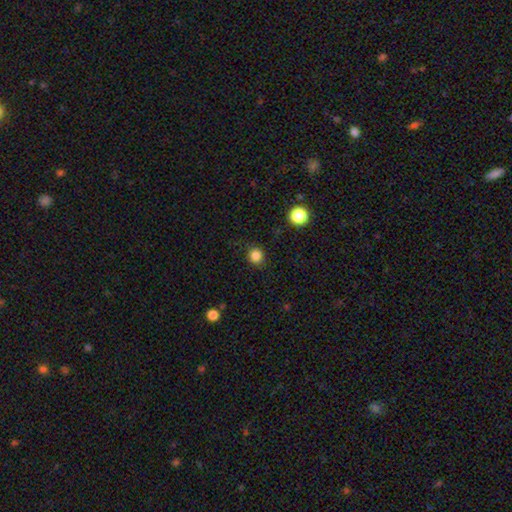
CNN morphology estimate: smooth 84%, star or artifact 12%, featured or disk 4%. Down the decision tree: how rounded — round (88%); merging — none (88%).